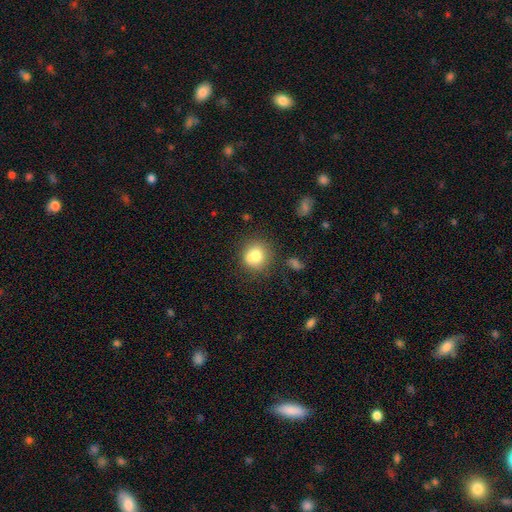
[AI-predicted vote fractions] This appears to be a smooth galaxy with no disk features (75%) that is round (85%). Merging: none (61%).